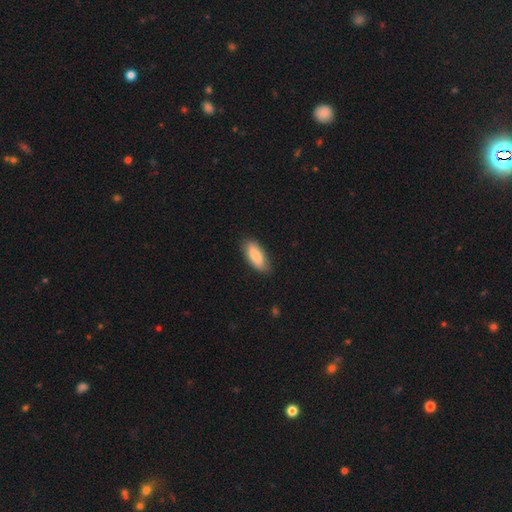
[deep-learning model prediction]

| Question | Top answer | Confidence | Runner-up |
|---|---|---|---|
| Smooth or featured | smooth | 81% | featured or disk (13%) |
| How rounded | in between | 83% | cigar-shaped (15%) |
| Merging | none | 83% | minor disturbance (14%) |